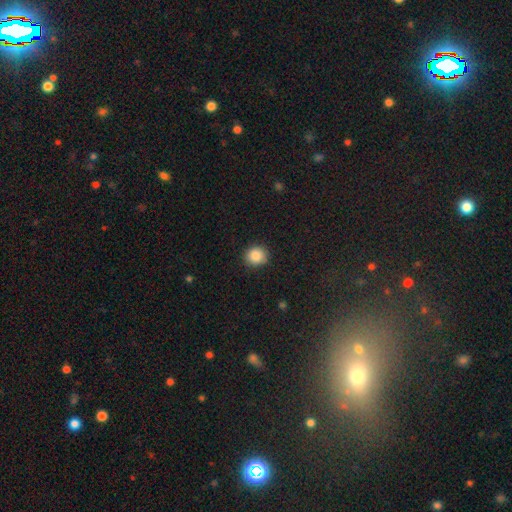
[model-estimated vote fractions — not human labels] This appears to be a smooth galaxy with no disk features (86%) that is round (86%). Merging: none (88%).